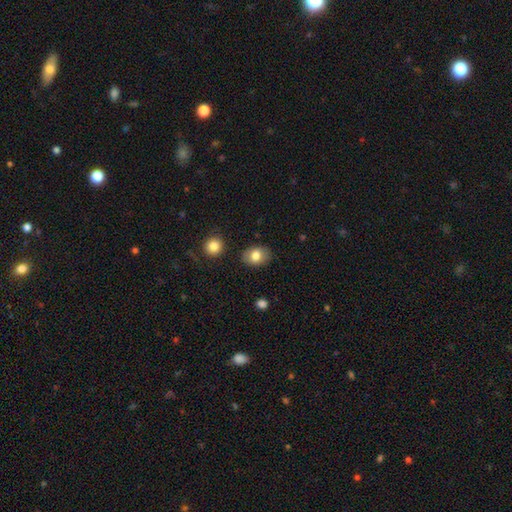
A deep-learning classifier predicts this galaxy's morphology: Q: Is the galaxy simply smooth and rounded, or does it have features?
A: smooth — 80%.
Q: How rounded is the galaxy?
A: in between — 70%.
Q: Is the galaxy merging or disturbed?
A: none — 85%.